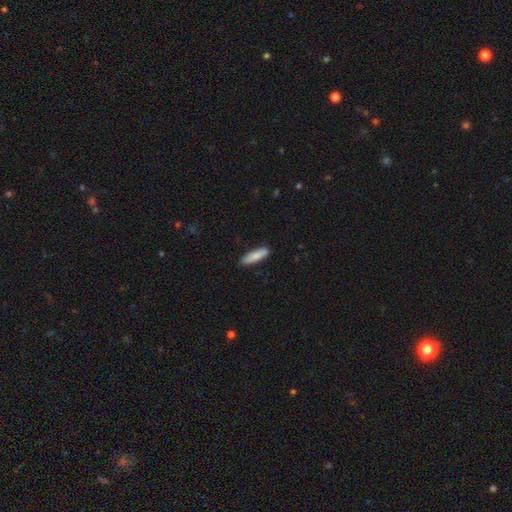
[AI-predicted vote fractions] Smooth or featured: smooth — 83% (featured or disk — 12%)
How rounded: cigar-shaped — 64% (in between — 35%)
Merging: none — 87% (minor disturbance — 10%)